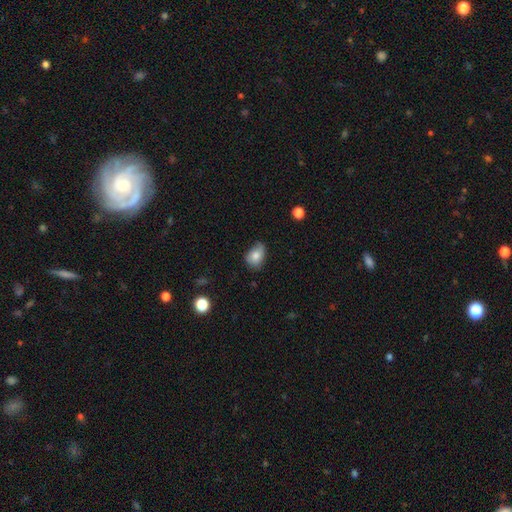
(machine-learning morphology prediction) Overall: smooth (77%). How rounded: in between (72%). Merging: none (50%; minor disturbance 40%).